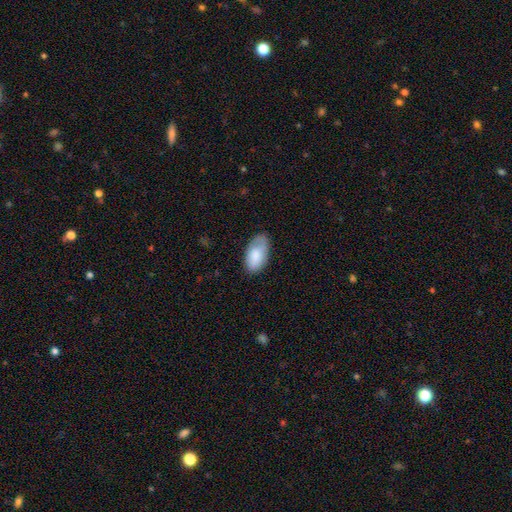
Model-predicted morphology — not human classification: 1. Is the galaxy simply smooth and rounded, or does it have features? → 81% smooth, 13% featured or disk, 6% star or artifact.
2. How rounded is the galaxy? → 95% in between, 3% round, 2% cigar-shaped.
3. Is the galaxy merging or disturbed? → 67% none, 26% minor disturbance, 6% major disturbance, 1% merger.